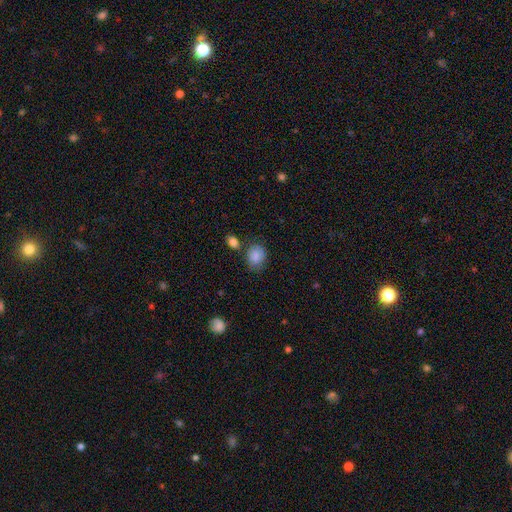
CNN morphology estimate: Smooth or featured: smooth — 83% (featured or disk — 9%)
How rounded: round — 51% (in between — 48%)
Merging: none — 67% (minor disturbance — 20%)